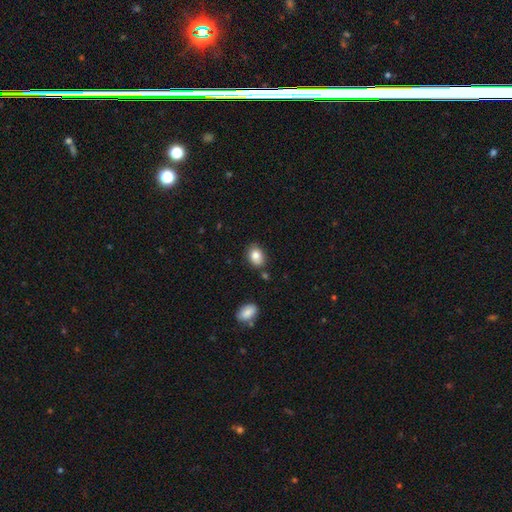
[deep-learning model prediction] Smooth or featured? smooth (84%)
How rounded? in between (70%)
Merging? none (78%)